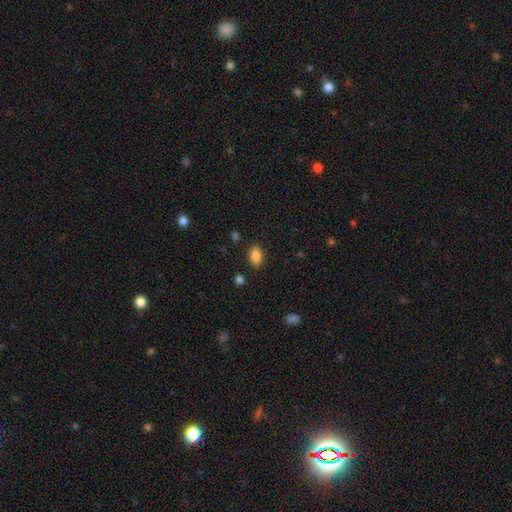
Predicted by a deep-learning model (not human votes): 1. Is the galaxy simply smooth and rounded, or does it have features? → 87% smooth, 9% star or artifact, 4% featured or disk.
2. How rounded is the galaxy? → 90% in between, 8% round, 2% cigar-shaped.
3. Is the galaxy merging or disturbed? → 86% none, 10% minor disturbance, 3% major disturbance, 2% merger.